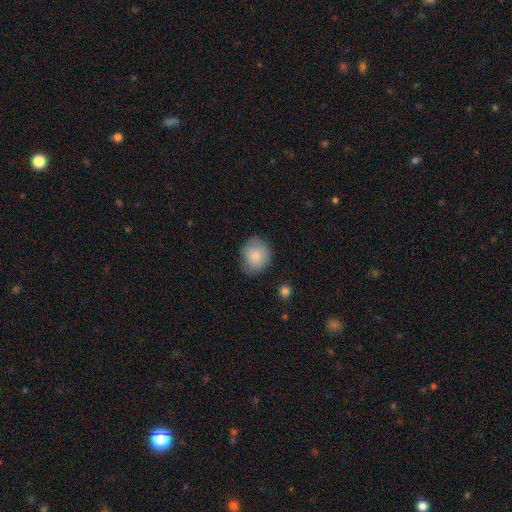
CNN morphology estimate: Smooth or featured?
  - smooth: 83% *
  - featured or disk: 10%
  - star or artifact: 7%
How rounded?
  - round: 68% *
  - in between: 31%
  - cigar-shaped: 1%
Merging?
  - none: 73% *
  - minor disturbance: 21%
  - major disturbance: 5%
  - merger: 2%